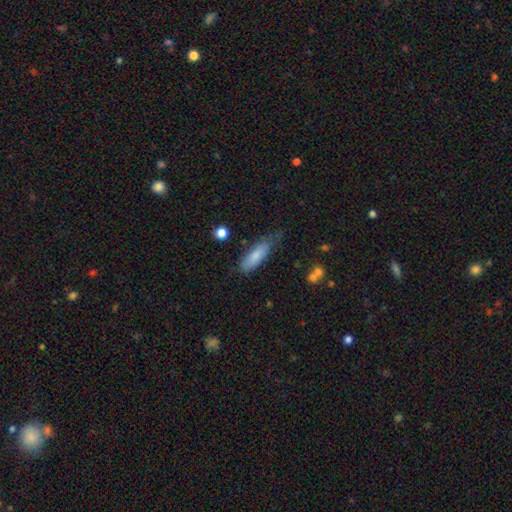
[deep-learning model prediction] Smooth or featured? Predicted: smooth (p=0.79). How rounded? Predicted: in between (p=0.53). Merging? Predicted: none (p=0.53).